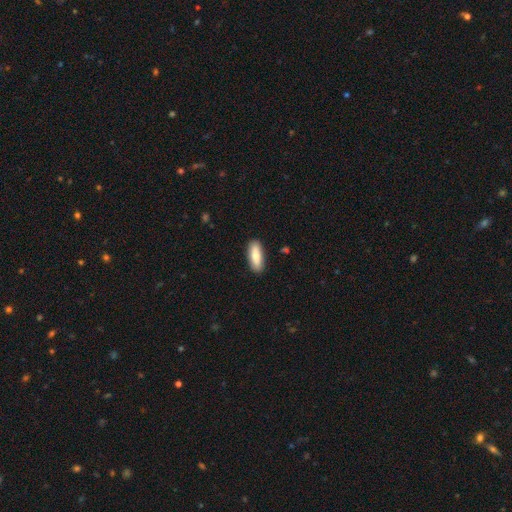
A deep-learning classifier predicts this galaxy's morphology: The model was most divided on "how rounded": in between: 68%, cigar-shaped: 30%, round: 2%. More confident: merging — none (88%); smooth or featured — smooth (78%).